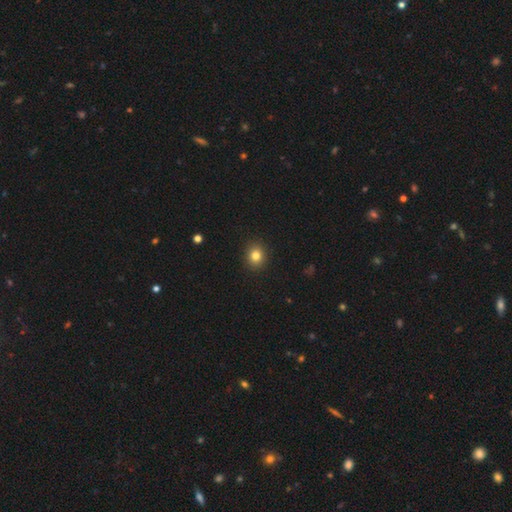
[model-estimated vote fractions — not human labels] This is clearly a smooth galaxy (82%). How rounded: likely round (75%). Merging: clearly none (91%).